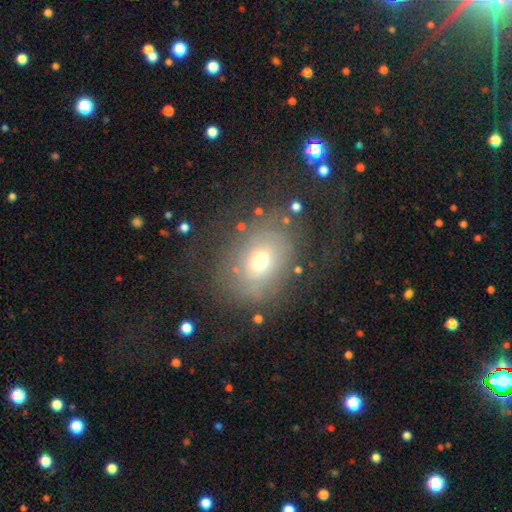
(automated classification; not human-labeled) smooth 49%, star or artifact 27%, featured or disk 24%. Down the decision tree: merging — none (73%).